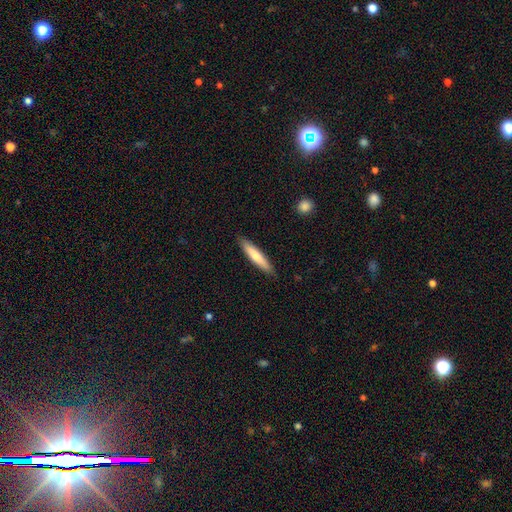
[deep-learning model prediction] Smooth or featured?
  - smooth: 72% *
  - featured or disk: 23%
  - star or artifact: 5%
How rounded?
  - cigar-shaped: 88% *
  - in between: 11%
  - round: 1%
Merging?
  - none: 89% *
  - minor disturbance: 9%
  - major disturbance: 2%
  - merger: 1%